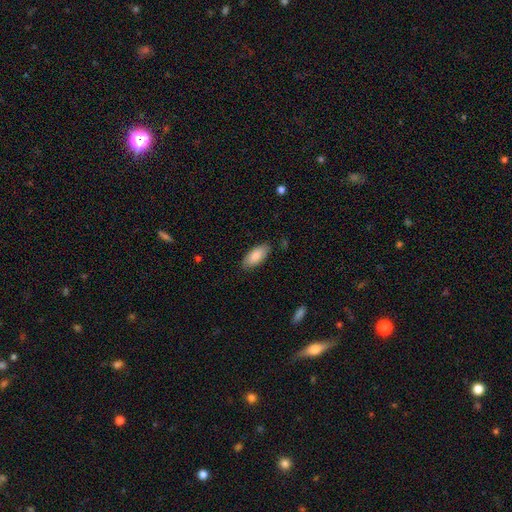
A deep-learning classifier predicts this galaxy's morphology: Smooth or featured? Predicted: smooth (p=0.86). How rounded? Predicted: in between (p=0.89). Merging? Predicted: none (p=0.84).